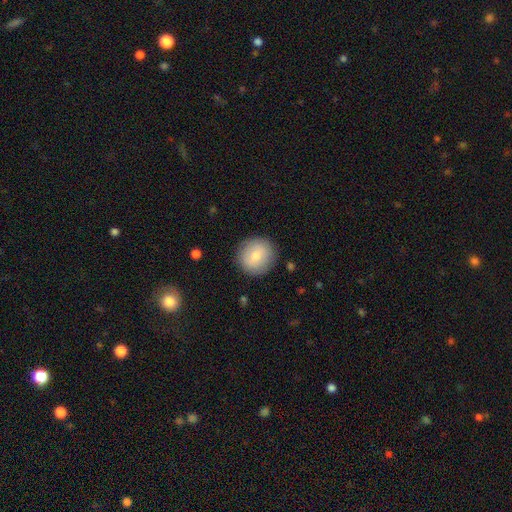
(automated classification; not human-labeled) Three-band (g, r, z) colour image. It shows a smooth galaxy with no disk features (79%) that is round (91%). Merging: none (88%).